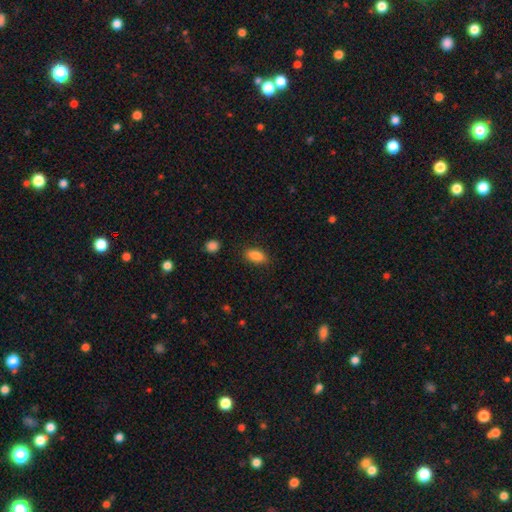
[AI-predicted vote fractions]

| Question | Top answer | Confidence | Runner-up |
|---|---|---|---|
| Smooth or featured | smooth | 87% | star or artifact (8%) |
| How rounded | in between | 89% | cigar-shaped (6%) |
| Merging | none | 85% | minor disturbance (11%) |